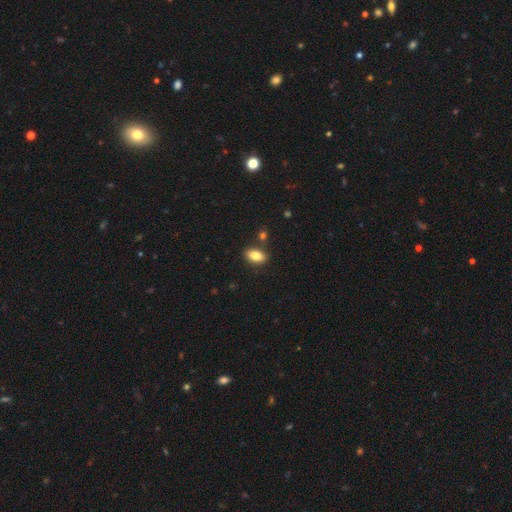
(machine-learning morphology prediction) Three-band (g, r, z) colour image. It shows a smooth galaxy with no disk features (83%) that is in between round and cigar-shaped (90%). Merging: none (83%).